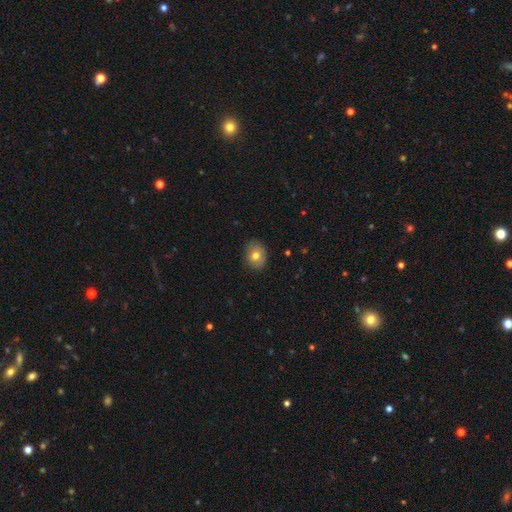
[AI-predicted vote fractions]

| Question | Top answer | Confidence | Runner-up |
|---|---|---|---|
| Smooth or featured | smooth | 76% | featured or disk (16%) |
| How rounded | in between | 57% | round (42%) |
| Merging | none | 86% | minor disturbance (11%) |